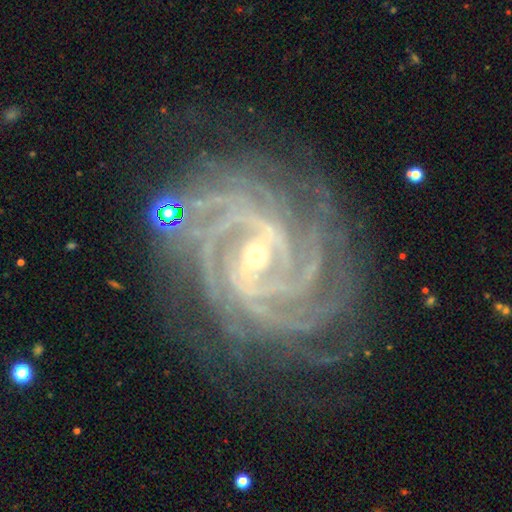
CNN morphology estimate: Smooth or featured?
  - featured or disk: 93% *
  - star or artifact: 4%
  - smooth: 2%
Edge-on disk?
  - no: 98% *
  - yes: 2%
Bar?
  - weak: 39% *
  - strong: 36%
  - no: 24%
Spiral arms?
  - yes: 99% *
  - no: 1%
Spiral winding?
  - tight: 79% *
  - medium: 19%
  - loose: 2%
Spiral arm count?
  - 4: 31% *
  - more than 4: 24%
  - 3: 15%
  - can't tell: 12%
  - 2: 10%
  - 1: 8%
Bulge size?
  - small: 67% *
  - moderate: 30%
  - large: 1%
  - none: 1%
  - dominant: 1%
Merging?
  - none: 80% *
  - minor disturbance: 13%
  - major disturbance: 5%
  - merger: 2%